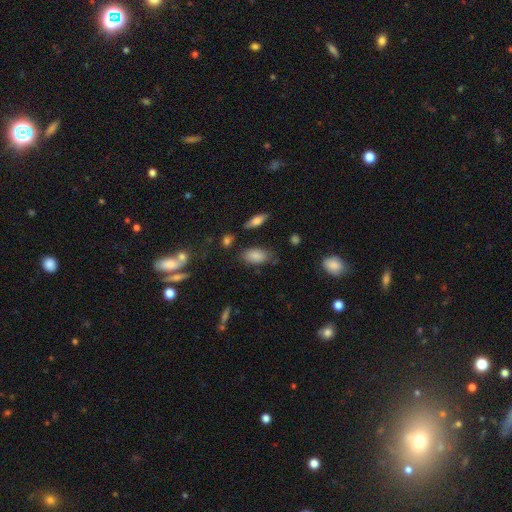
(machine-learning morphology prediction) Overall: smooth (83%). How rounded: in between (91%). Merging: none (71%).